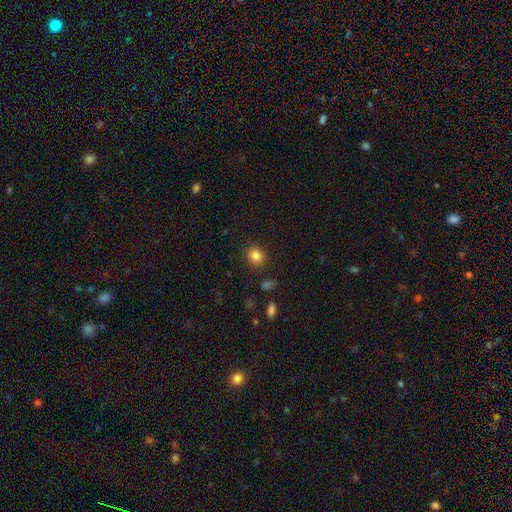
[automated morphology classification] type=smooth (83%); roundness=round (75%); merging=none (87%).